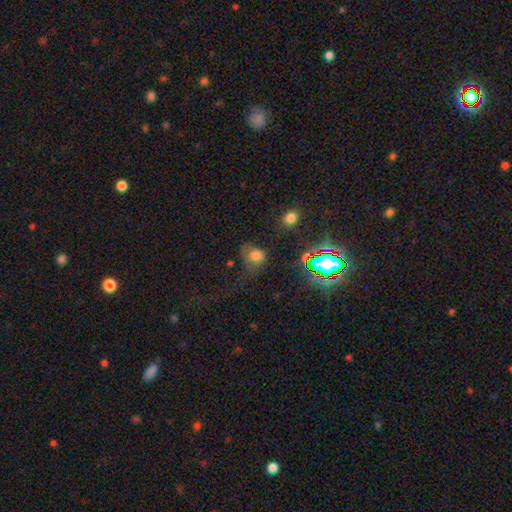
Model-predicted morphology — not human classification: Q: Smooth or featured?
A: smooth (64%); runner-up: star or artifact (22%)
Q: How rounded?
A: round (57%); runner-up: in between (41%)
Q: Merging?
A: none (38%); runner-up: major disturbance (30%)